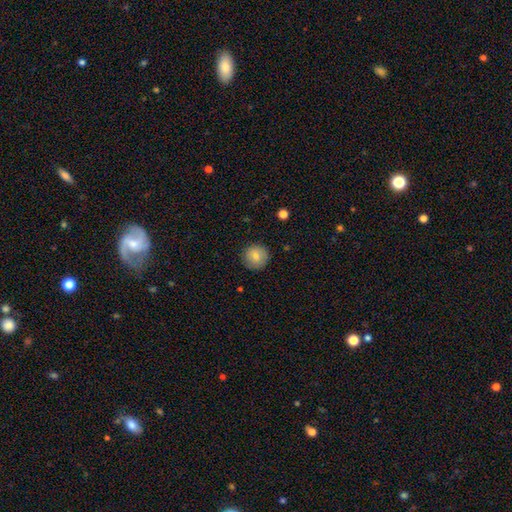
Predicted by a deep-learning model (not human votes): A smooth galaxy with no disk features (79%) that is round (94%).

Vote fractions:
- Smooth or featured? smooth: 79% / featured or disk: 13% / star or artifact: 8%
- How rounded? round: 94% / in between: 5% / cigar-shaped: 1%
- Merging? none: 88% / minor disturbance: 9% / major disturbance: 2% / merger: 1%